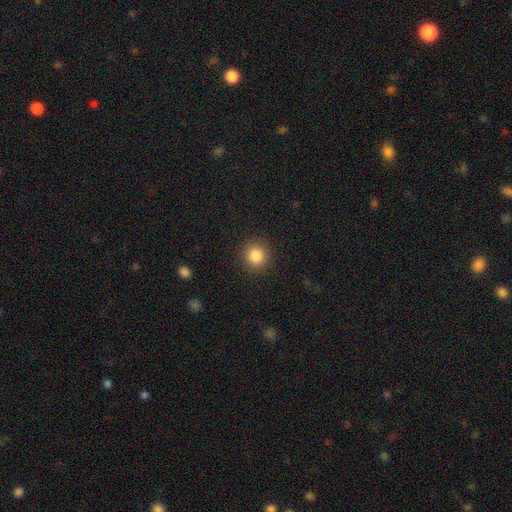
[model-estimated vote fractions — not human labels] A smooth galaxy with no disk features (85%) that is round (93%). Merging: none (91%).